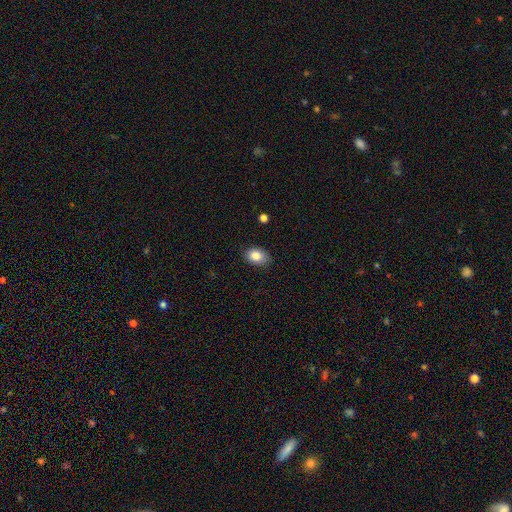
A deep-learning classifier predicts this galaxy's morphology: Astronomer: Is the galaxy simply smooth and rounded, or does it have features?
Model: smooth — 85%.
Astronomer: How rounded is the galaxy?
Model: in between — 78%.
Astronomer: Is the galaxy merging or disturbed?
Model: none — 81%.